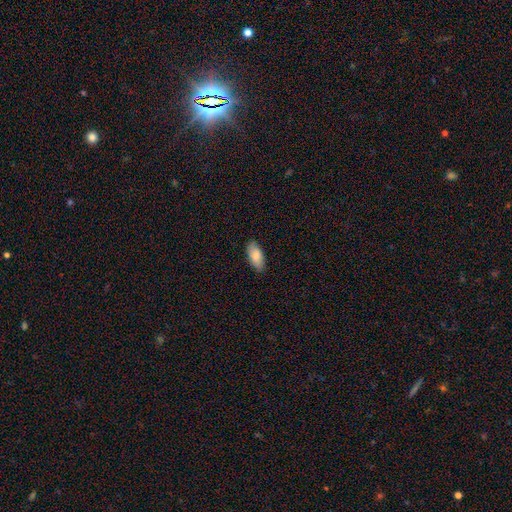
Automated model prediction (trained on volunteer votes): smooth_or_featured: smooth (p=0.85) [alt: featured or disk p=0.10]
how_rounded: in between (p=0.90) [alt: cigar-shaped p=0.08]
merging: none (p=0.85) [alt: minor disturbance p=0.12]